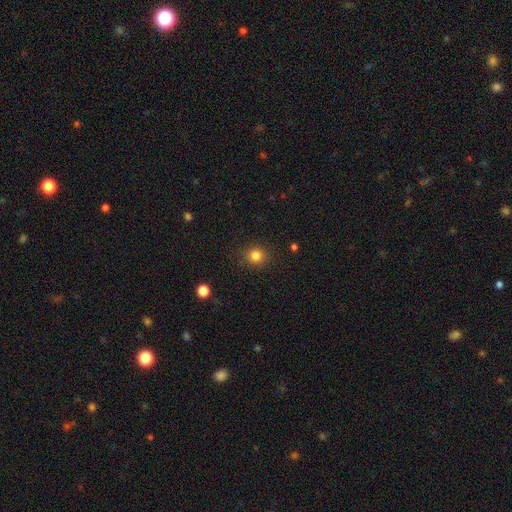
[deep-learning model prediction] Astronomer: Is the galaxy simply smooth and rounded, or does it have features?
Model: smooth — 83%.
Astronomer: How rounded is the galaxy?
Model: round — 86%.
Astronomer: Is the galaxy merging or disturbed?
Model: none — 88%.